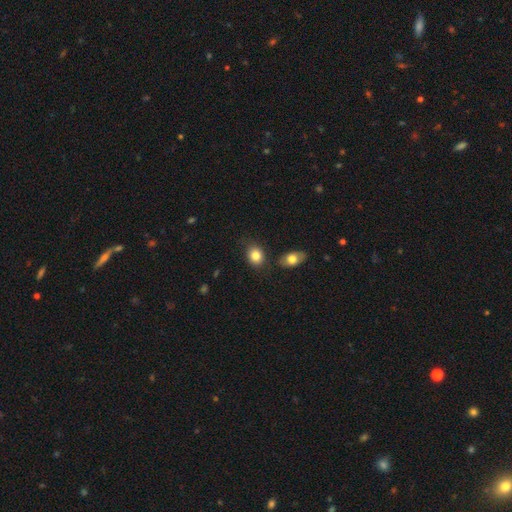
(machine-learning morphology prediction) A smooth galaxy with no disk features (82%) that is in between round and cigar-shaped (58%). Merging: none (77%).